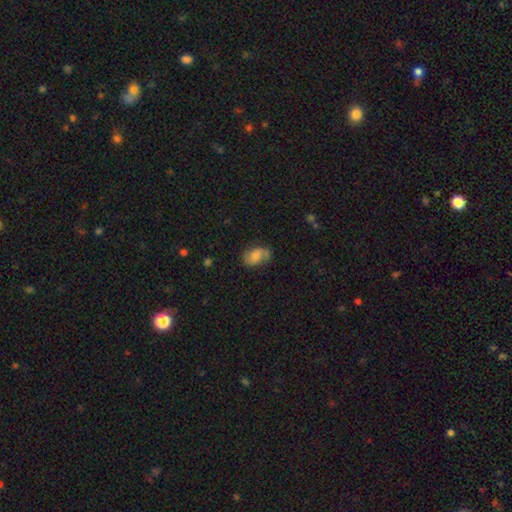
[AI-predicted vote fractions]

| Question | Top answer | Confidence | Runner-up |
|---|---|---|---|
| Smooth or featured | smooth | 50% | featured or disk (41%) |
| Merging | none | 64% | minor disturbance (25%) |